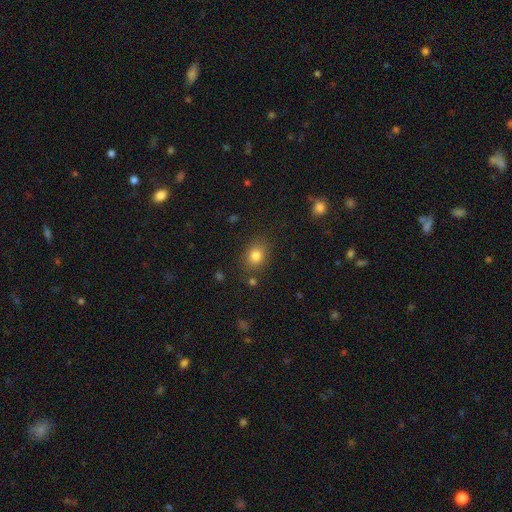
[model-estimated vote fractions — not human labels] Overall: smooth (81%). How rounded: round (50%; in between 49%). Merging: none (81%).